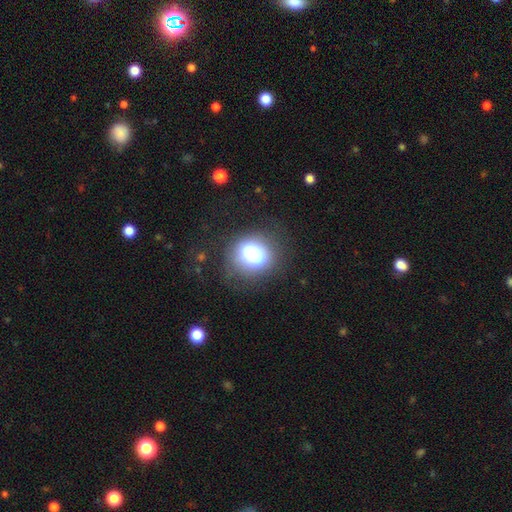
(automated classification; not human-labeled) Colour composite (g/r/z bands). It shows a smooth galaxy with no disk features (73%) that is round (66%). Merging: none (68%).